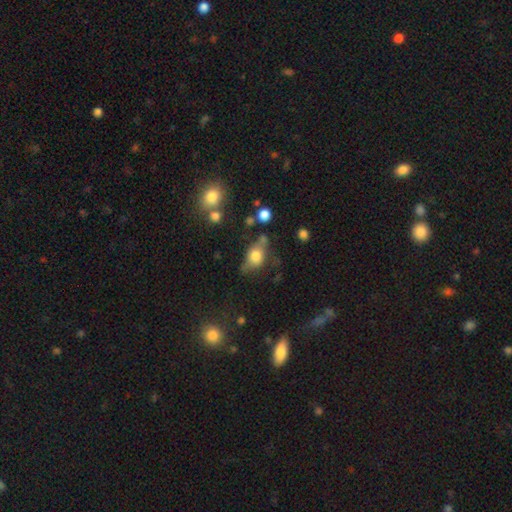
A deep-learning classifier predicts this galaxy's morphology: This is likely a smooth galaxy (71%). How rounded: likely in between (68%). Merging: possibly none (50%).